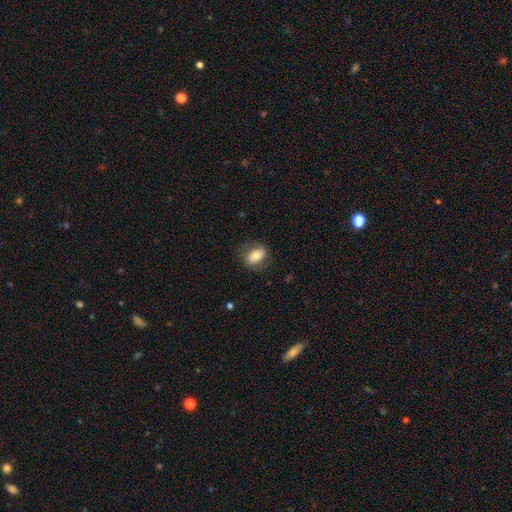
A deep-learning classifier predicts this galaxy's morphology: Overall: smooth (70%). How rounded: in between (77%). Merging: none (75%).